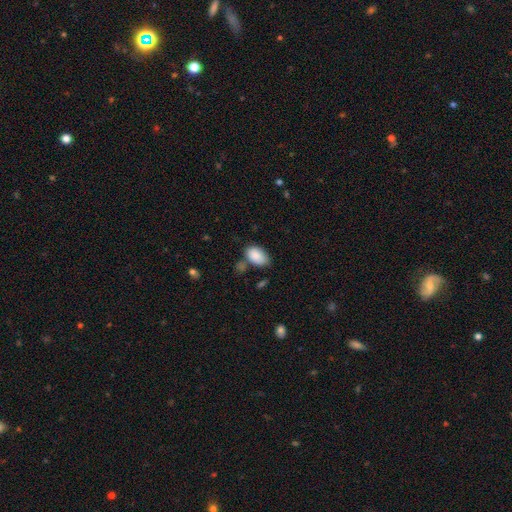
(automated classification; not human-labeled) smooth-or-featured: smooth: 87% | star or artifact: 7% | featured or disk: 6%
  how-rounded: in between: 92% | round: 7% | cigar-shaped: 1%
  merging: none: 60% | minor disturbance: 24% | merger: 11% | major disturbance: 6%